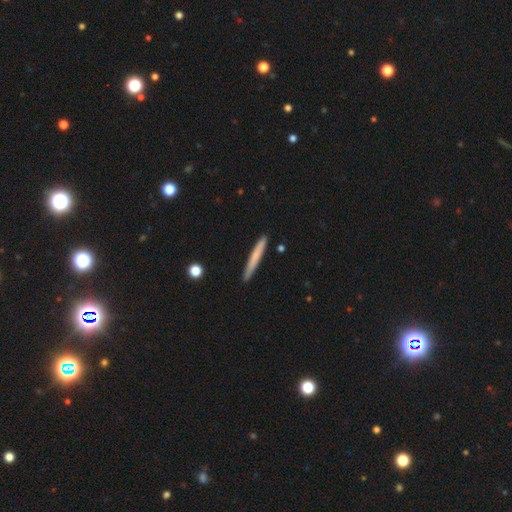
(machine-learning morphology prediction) Smooth or featured? smooth (67%)
How rounded? cigar-shaped (97%)
Merging? none (90%)